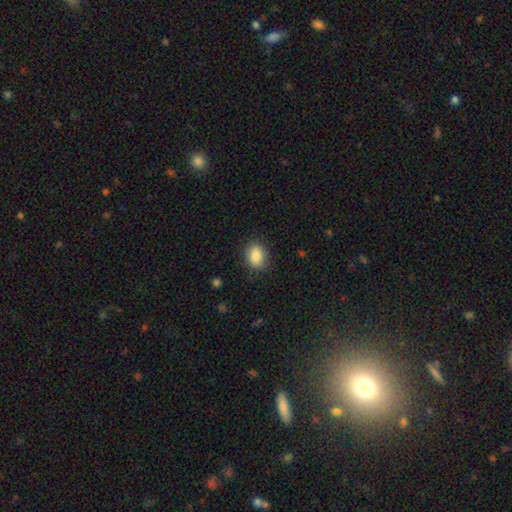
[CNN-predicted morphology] smooth 86%, star or artifact 8%, featured or disk 6%. Down the decision tree: how rounded — in between (69%); merging — none (84%).